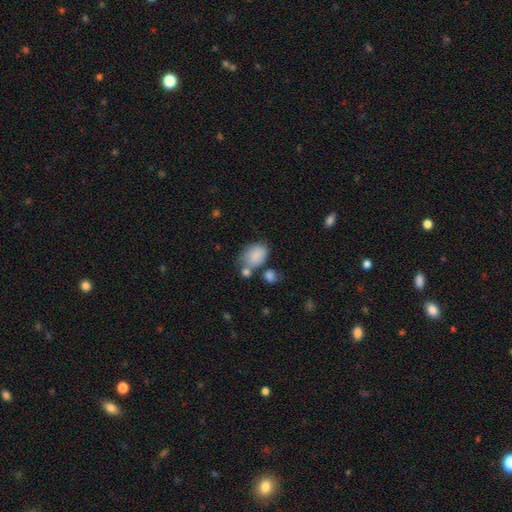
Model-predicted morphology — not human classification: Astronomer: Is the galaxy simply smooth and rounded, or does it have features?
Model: smooth — 85%.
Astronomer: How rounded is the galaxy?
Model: in between — 79%.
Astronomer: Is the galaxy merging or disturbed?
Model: none — 48%.